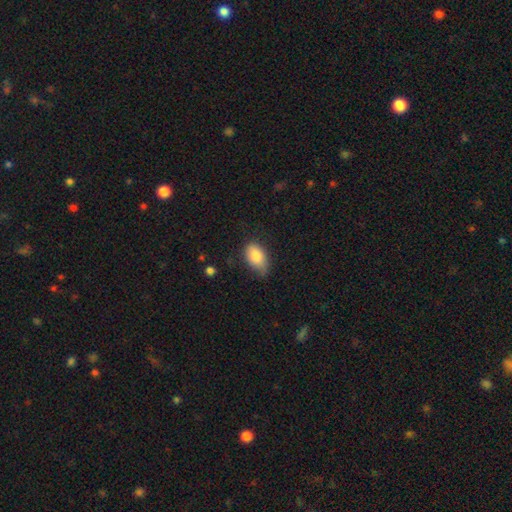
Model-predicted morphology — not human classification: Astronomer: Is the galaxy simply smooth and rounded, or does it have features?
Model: smooth — 84%.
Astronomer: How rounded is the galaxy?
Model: in between — 91%.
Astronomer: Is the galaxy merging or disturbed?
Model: none — 57% (runner-up: minor disturbance, 34%).